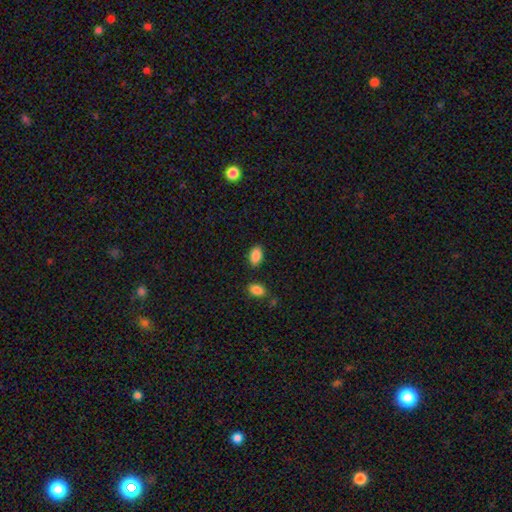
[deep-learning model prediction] Smooth or featured? smooth (88%)
How rounded? in between (92%)
Merging? none (85%)